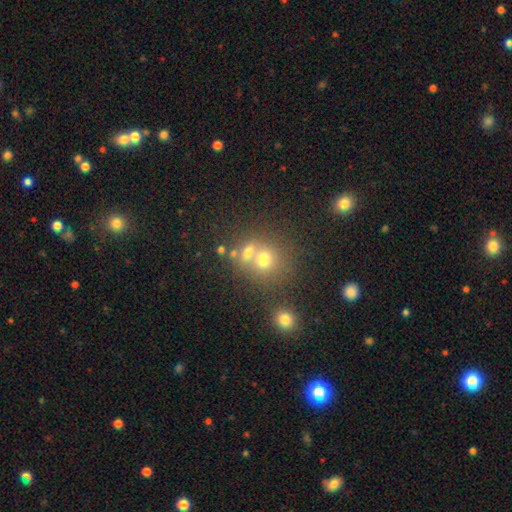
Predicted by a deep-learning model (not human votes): This appears to be a smooth galaxy with no disk features (63%) that is round (83%). Merging: none (48%).